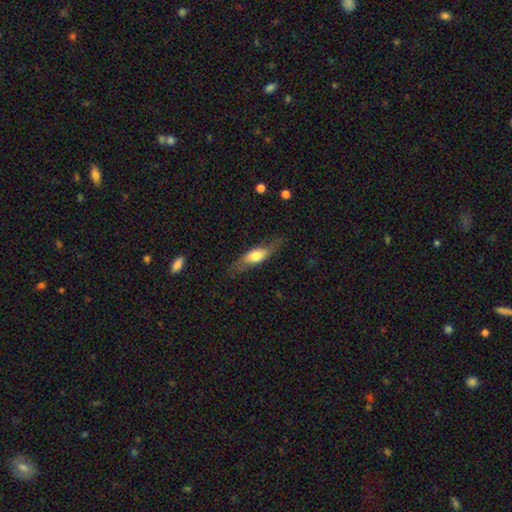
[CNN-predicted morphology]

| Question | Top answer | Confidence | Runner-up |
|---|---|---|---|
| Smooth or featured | smooth | 54% | featured or disk (40%) |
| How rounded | in between | 50% | cigar-shaped (47%) |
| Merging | none | 73% | minor disturbance (19%) |